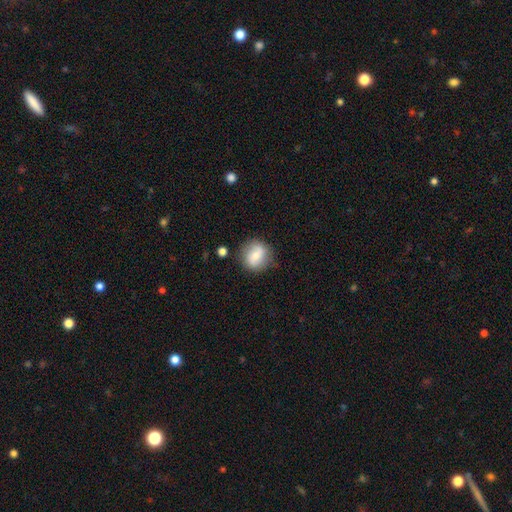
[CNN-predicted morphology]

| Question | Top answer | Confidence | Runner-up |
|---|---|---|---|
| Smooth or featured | smooth | 59% | featured or disk (33%) |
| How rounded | round | 85% | in between (14%) |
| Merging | none | 79% | minor disturbance (14%) |